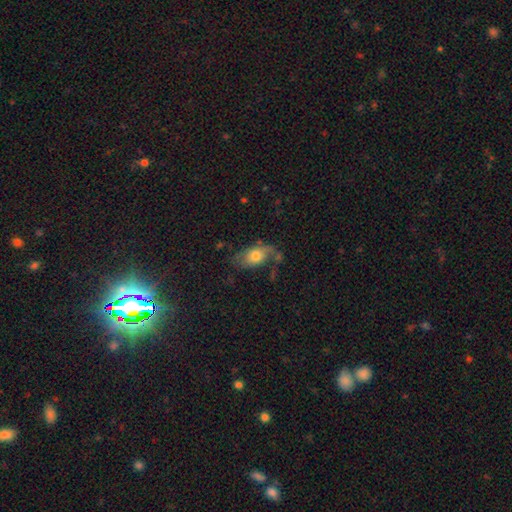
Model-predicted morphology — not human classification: smooth-or-featured: smooth: 61% | featured or disk: 30% | star or artifact: 9%
  how-rounded: in between: 87% | round: 10% | cigar-shaped: 3%
  merging: none: 43% | minor disturbance: 26% | major disturbance: 23% | merger: 9%